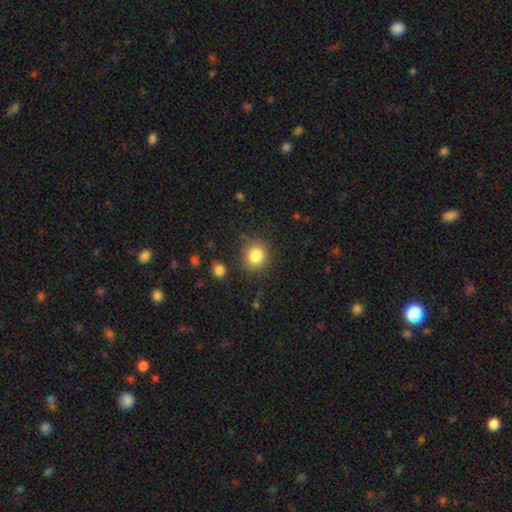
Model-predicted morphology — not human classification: Smooth or featured? smooth (83%)
How rounded? round (81%)
Merging? none (84%)